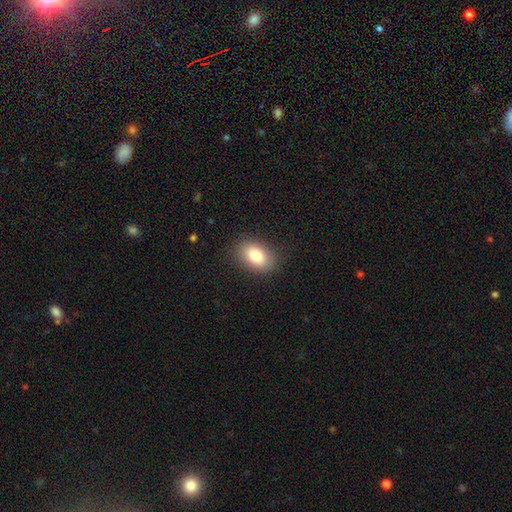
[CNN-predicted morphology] Smooth or featured? Predicted: smooth (p=0.81). How rounded? Predicted: in between (p=0.82). Merging? Predicted: none (p=0.87).